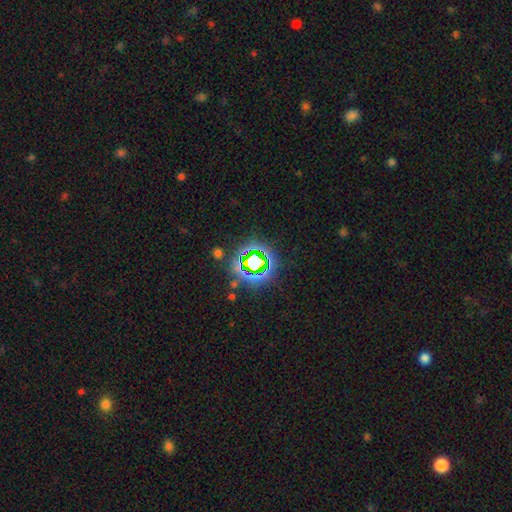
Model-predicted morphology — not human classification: This appears to be a star or artifact, not a galaxy (76%).